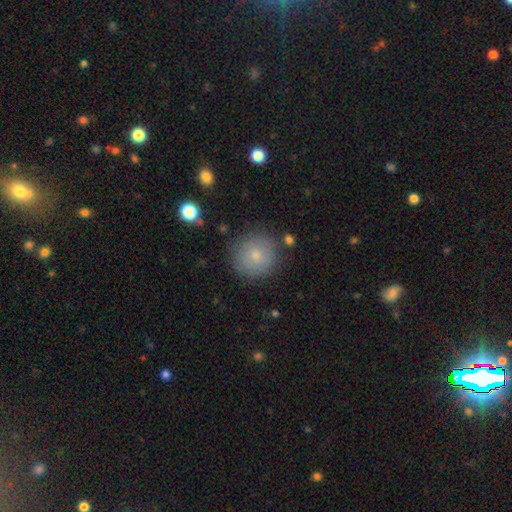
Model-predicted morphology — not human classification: Smooth or featured? Predicted: smooth (p=0.78). How rounded? Predicted: round (p=0.92). Merging? Predicted: none (p=0.84).